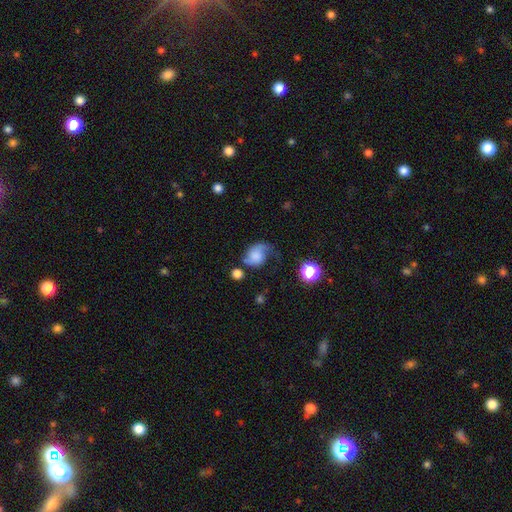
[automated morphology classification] The model was most divided on "bulge size": none: 36%, small: 21%, moderate: 20%, large: 16%, dominant: 6%. Remaining: edge-on disk — no (97%); spiral arms — yes (91%); spiral arm count — 2 (71%); bar — no (69%); smooth or featured — featured or disk (59%); spiral winding — loose (51%); merging — none (45%).